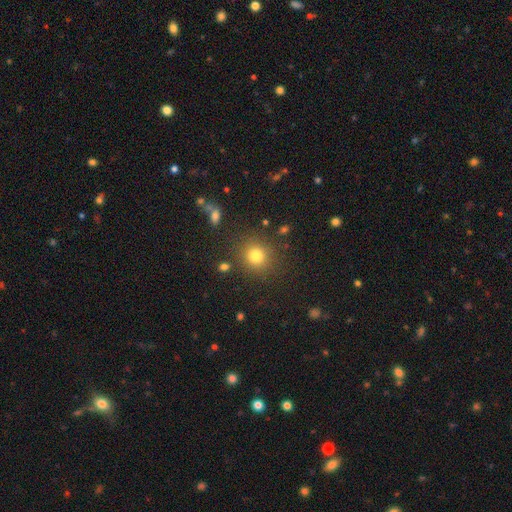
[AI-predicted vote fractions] Smooth or featured? smooth (79%)
How rounded? round (87%)
Merging? none (84%)